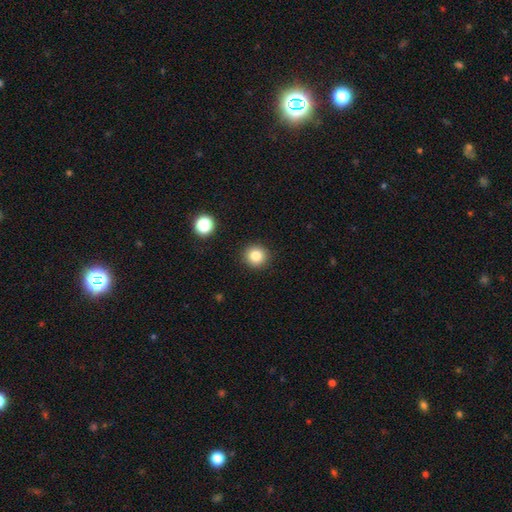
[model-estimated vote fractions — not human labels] Overall: smooth (84%). How rounded: round (93%). Merging: none (91%).